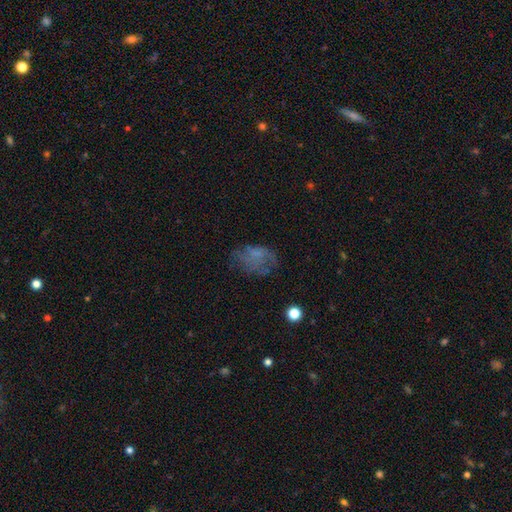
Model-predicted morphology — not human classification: A smooth galaxy with no disk features (53%) that is in between round and cigar-shaped (80%).

Vote fractions:
- Smooth or featured? smooth: 53% / featured or disk: 31% / star or artifact: 16%
- How rounded? in between: 80% / round: 18% / cigar-shaped: 2%
- Merging? none: 49% / minor disturbance: 25% / major disturbance: 24% / merger: 2%